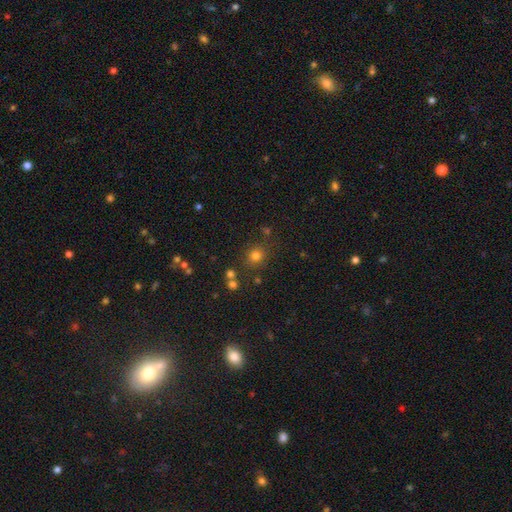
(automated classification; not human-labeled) Q: Smooth or featured?
A: smooth (77%); runner-up: star or artifact (17%)
Q: How rounded?
A: round (88%); runner-up: in between (11%)
Q: Merging?
A: none (81%); runner-up: minor disturbance (9%)